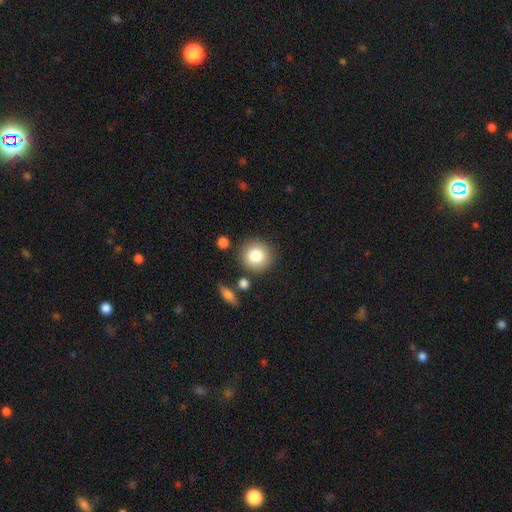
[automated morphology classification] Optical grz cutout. It shows a smooth galaxy with no disk features (82%) that is round (90%). Merging: none (83%).